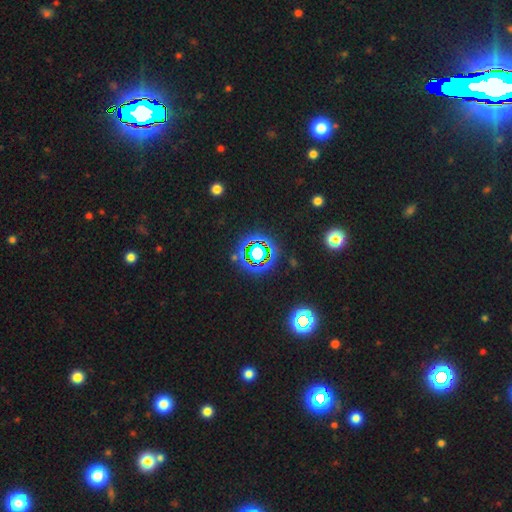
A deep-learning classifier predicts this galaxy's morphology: Smooth or featured: star or artifact — 77% (smooth — 14%)